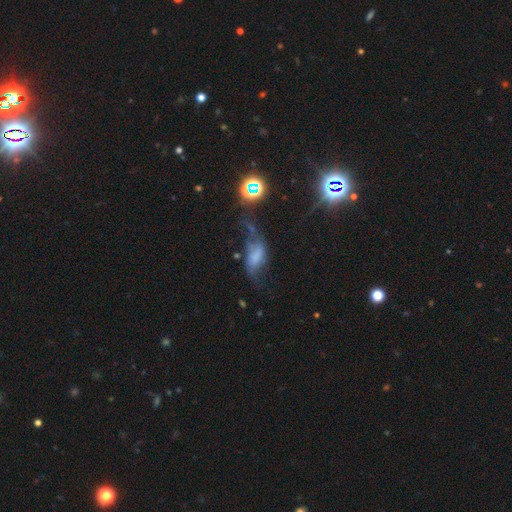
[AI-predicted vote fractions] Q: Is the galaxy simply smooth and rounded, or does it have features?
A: featured or disk — 48%.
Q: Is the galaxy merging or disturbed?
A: major disturbance — 39%.